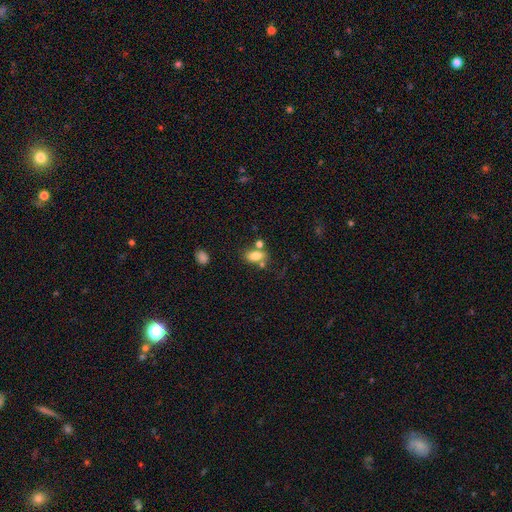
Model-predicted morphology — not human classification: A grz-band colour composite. It shows a smooth galaxy with no disk features (76%) that is in between round and cigar-shaped (84%). Merging: none (54%).